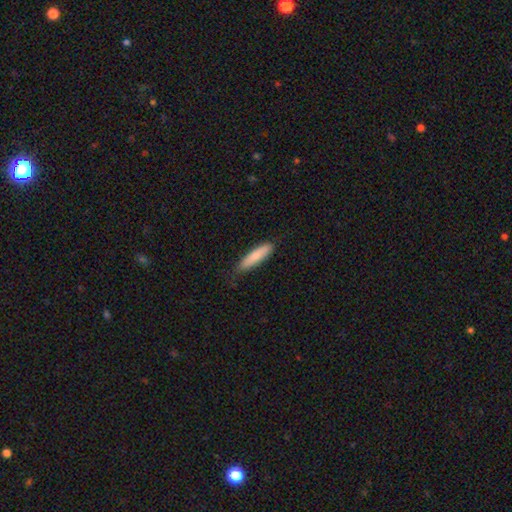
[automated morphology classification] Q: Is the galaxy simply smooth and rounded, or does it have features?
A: smooth — 81%.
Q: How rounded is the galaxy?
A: cigar-shaped — 75%.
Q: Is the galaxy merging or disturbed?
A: none — 76%.